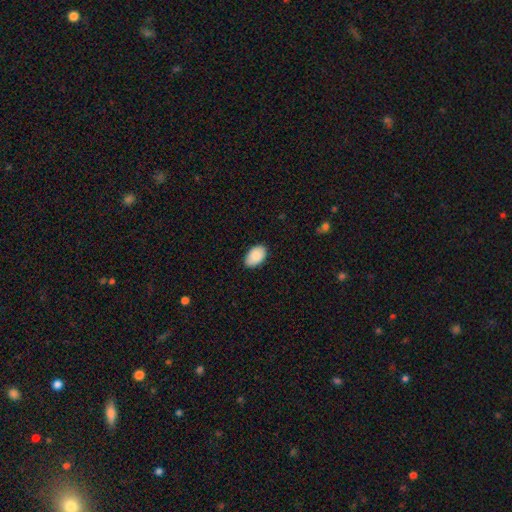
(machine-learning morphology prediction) Smooth or featured: smooth — 88% (star or artifact — 6%)
How rounded: in between — 93% (round — 6%)
Merging: none — 84% (minor disturbance — 13%)